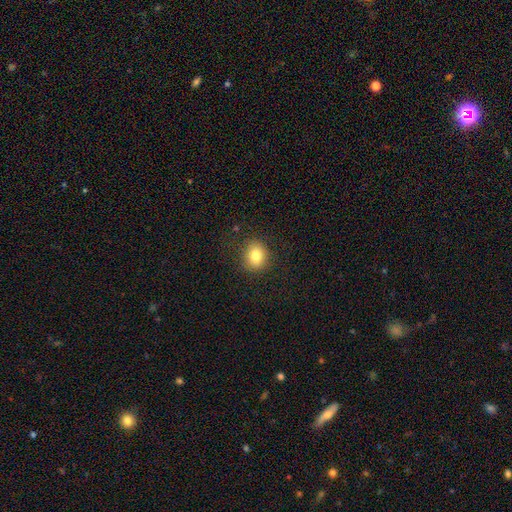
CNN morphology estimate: type=smooth (81%); roundness=round (62%); merging=none (84%).